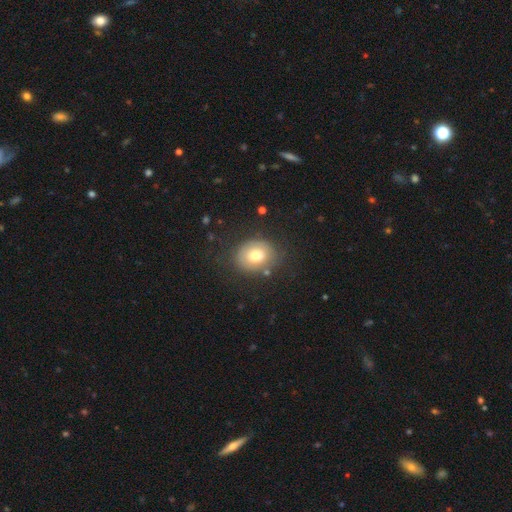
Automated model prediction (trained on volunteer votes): smooth 72%, featured or disk 18%, star or artifact 10%. Down the decision tree: how rounded — round (53%); merging — none (77%).